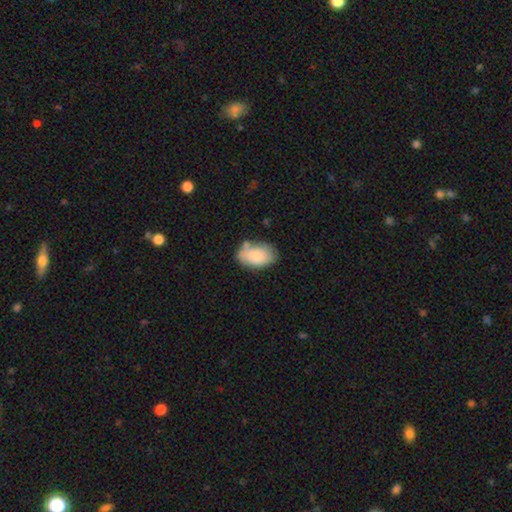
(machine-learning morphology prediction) Smooth or featured? smooth (80%)
How rounded? in between (91%)
Merging? none (63%)